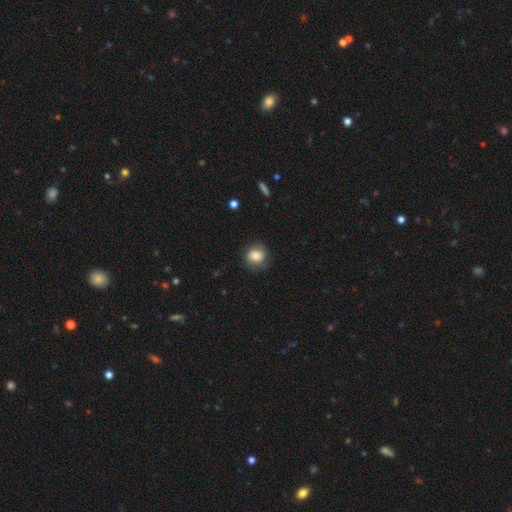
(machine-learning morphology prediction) smooth 78%, featured or disk 13%, star or artifact 8%. Down the decision tree: how rounded — round (75%); merging — none (74%).